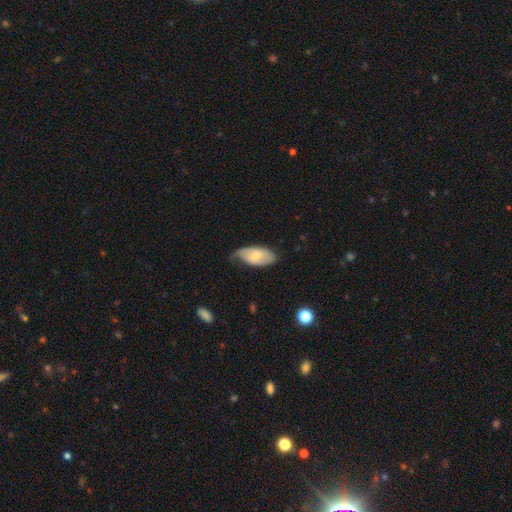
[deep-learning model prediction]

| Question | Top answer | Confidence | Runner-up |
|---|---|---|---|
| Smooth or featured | smooth | 52% | featured or disk (42%) |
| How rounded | in between | 93% | cigar-shaped (4%) |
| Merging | none | 44% | minor disturbance (40%) |